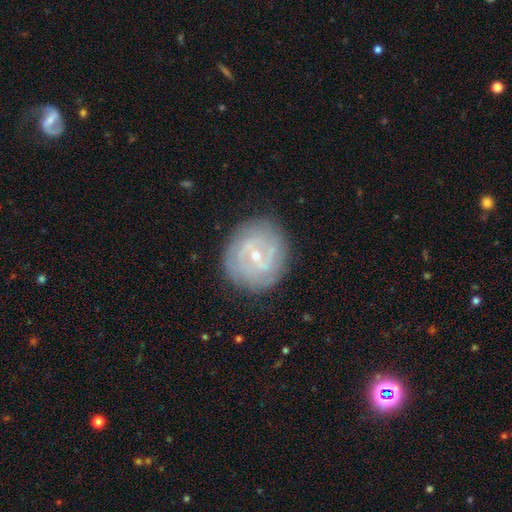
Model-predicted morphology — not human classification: Q: Smooth or featured?
A: featured or disk (80%); runner-up: smooth (14%)
Q: Edge-on disk?
A: no (97%); runner-up: yes (3%)
Q: Bar?
A: weak (48%); runner-up: no (34%)
Q: Spiral arms?
A: yes (86%); runner-up: no (14%)
Q: Spiral winding?
A: tight (63%); runner-up: medium (28%)
Q: Spiral arm count?
A: 2 (36%); tied with: can't tell (36%)
Q: Bulge size?
A: small (67%); runner-up: moderate (31%)
Q: Merging?
A: none (82%); runner-up: minor disturbance (12%)